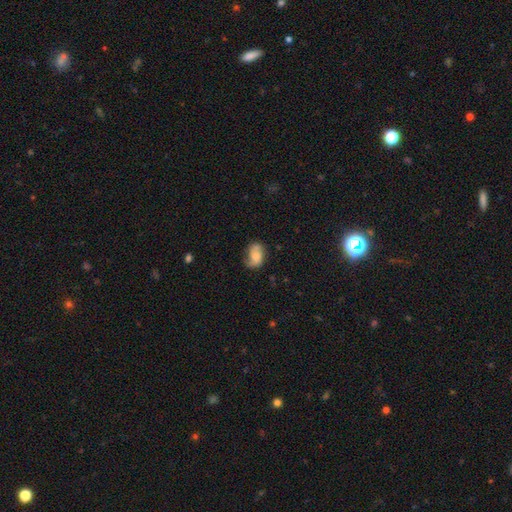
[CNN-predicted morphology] Overall: smooth (58%; featured or disk 33%). How rounded: in between (79%). Merging: none (52%; minor disturbance 31%).